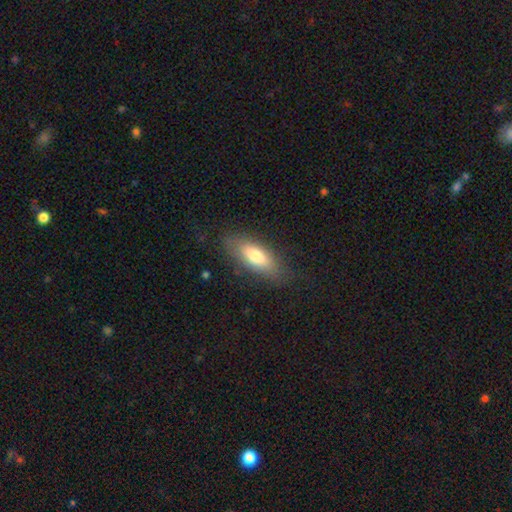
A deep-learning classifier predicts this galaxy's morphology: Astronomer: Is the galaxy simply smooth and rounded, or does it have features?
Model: smooth — 72%.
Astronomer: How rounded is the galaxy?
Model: in between — 77%.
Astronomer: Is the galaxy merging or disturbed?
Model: none — 77%.